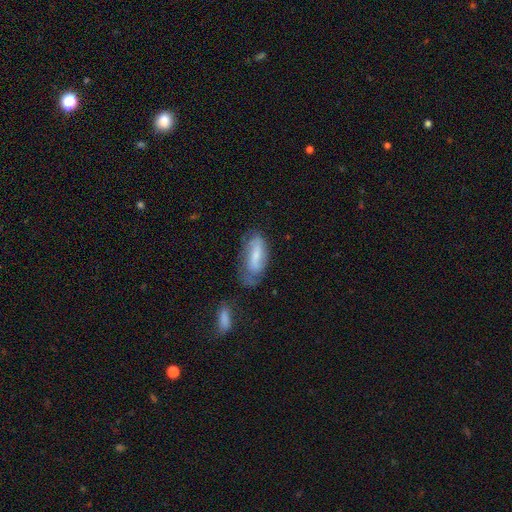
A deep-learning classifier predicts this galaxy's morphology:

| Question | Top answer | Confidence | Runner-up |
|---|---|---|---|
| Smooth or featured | smooth | 56% | featured or disk (37%) |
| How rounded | in between | 78% | cigar-shaped (20%) |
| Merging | none | 46% | minor disturbance (31%) |